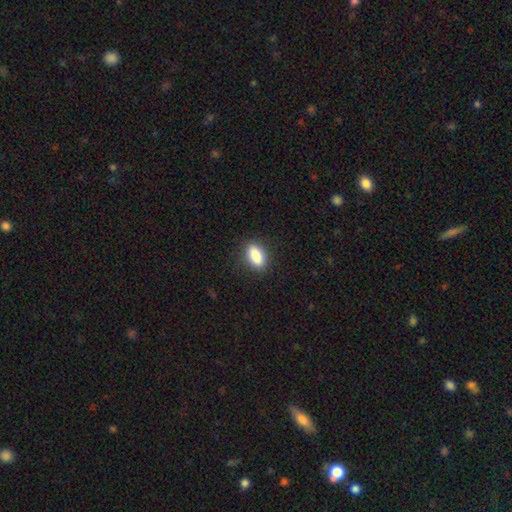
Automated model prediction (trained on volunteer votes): The model was most divided on "how rounded": in between: 82%, cigar-shaped: 12%, round: 6%. More confident: merging — none (87%); smooth or featured — smooth (86%).